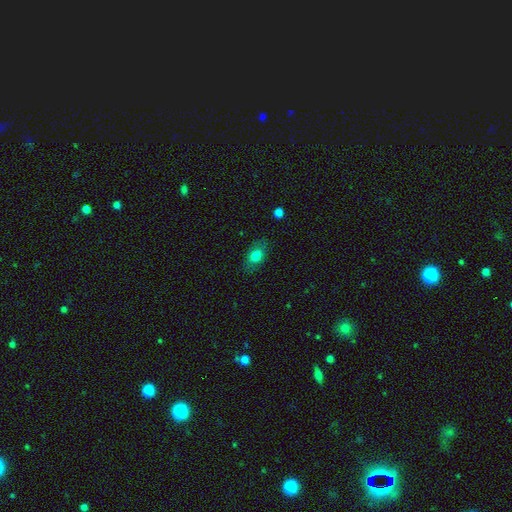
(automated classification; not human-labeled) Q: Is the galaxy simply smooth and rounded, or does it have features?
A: smooth — 76%.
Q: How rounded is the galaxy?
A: in between — 81%.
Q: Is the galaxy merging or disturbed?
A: none — 79%.